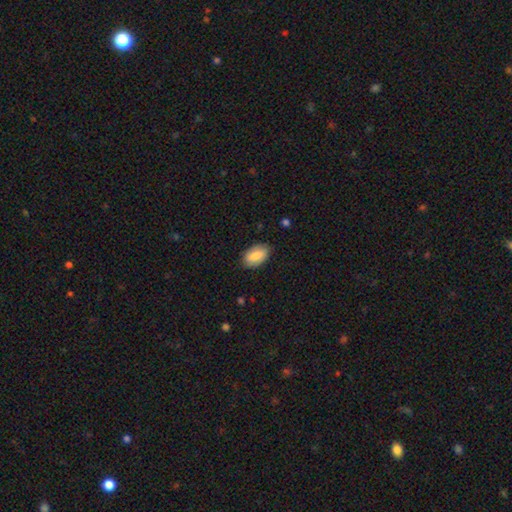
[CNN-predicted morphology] Q: Smooth or featured?
A: smooth (81%); runner-up: featured or disk (12%)
Q: How rounded?
A: in between (94%); runner-up: round (5%)
Q: Merging?
A: none (84%); runner-up: minor disturbance (13%)